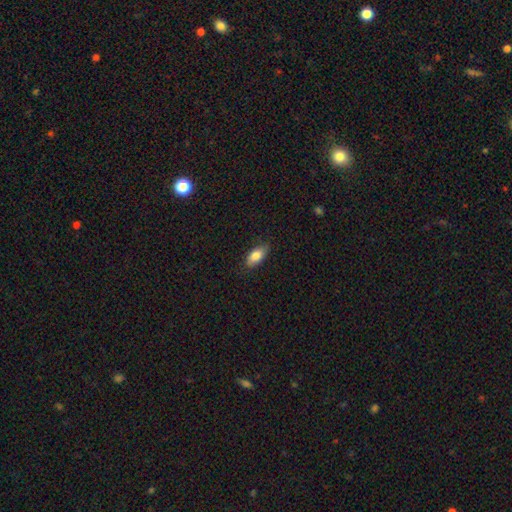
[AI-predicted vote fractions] Overall: smooth (82%). How rounded: in between (89%). Merging: none (80%).